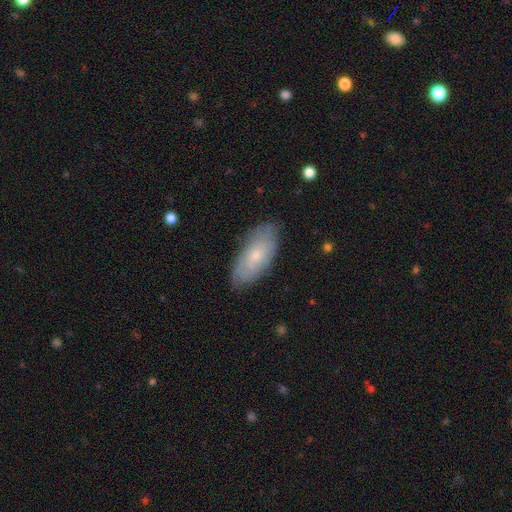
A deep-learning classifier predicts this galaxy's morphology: A smooth galaxy with no disk features (54%) that is in between round and cigar-shaped (87%). Merging: none (80%).